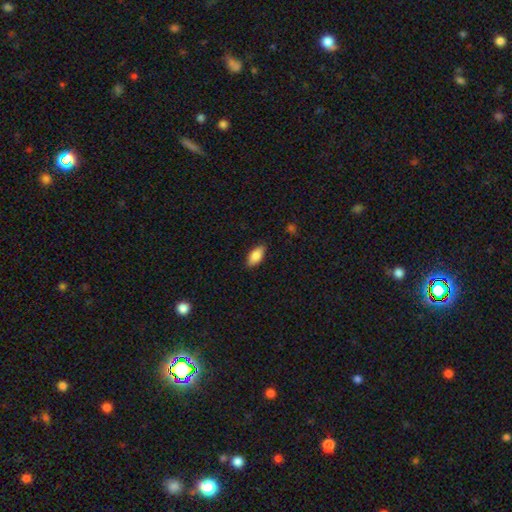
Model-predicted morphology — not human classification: Smooth or featured: smooth — 84% (featured or disk — 9%)
How rounded: in between — 89% (cigar-shaped — 8%)
Merging: none — 86% (minor disturbance — 10%)